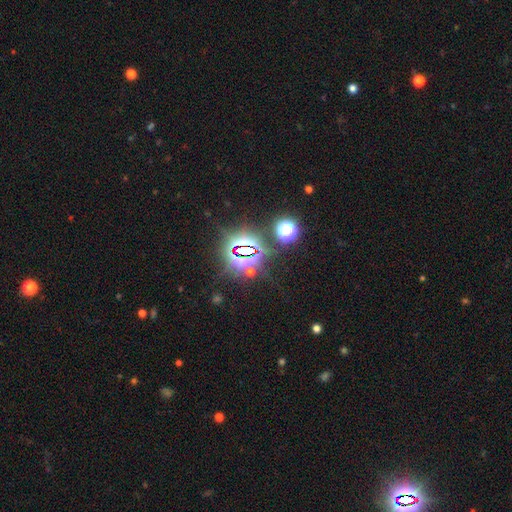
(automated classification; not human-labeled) Smooth or featured? Predicted: star or artifact (p=0.80).